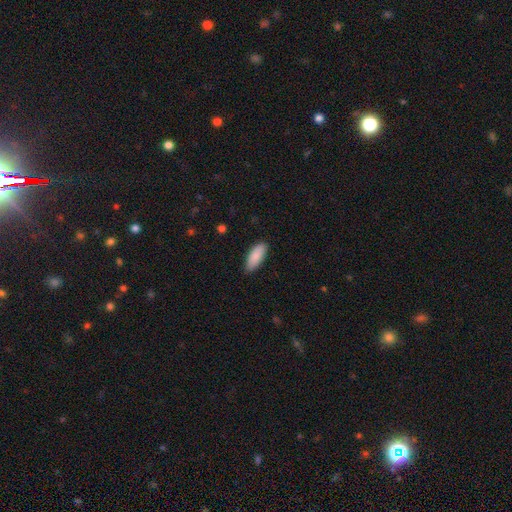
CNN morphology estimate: Smooth or featured? smooth (88%)
How rounded? in between (79%)
Merging? none (85%)